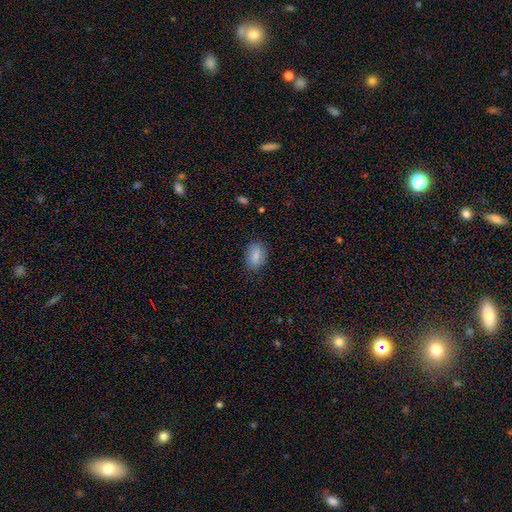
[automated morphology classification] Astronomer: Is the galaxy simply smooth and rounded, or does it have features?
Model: smooth — 82%.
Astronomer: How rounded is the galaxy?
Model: in between — 86%.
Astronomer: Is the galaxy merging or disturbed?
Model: none — 81%.